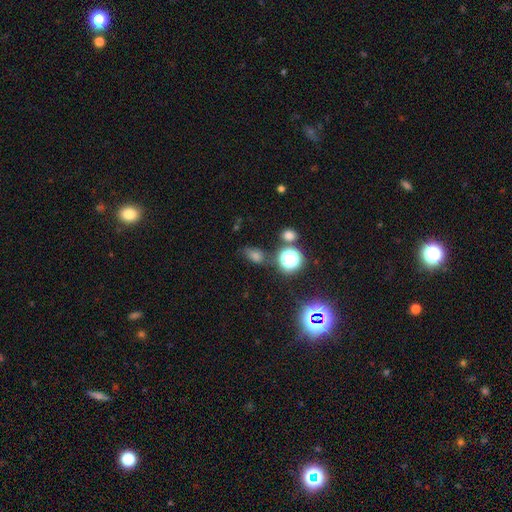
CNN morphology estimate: Smooth or featured? Predicted: smooth (p=0.50). Merging? Predicted: none (p=0.75).